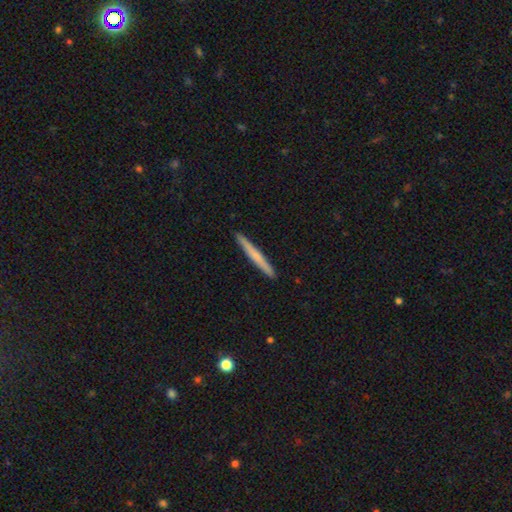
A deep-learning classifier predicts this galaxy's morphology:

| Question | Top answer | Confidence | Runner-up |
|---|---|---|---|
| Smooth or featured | smooth | 57% | featured or disk (37%) |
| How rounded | cigar-shaped | 97% | in between (2%) |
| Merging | none | 93% | minor disturbance (5%) |